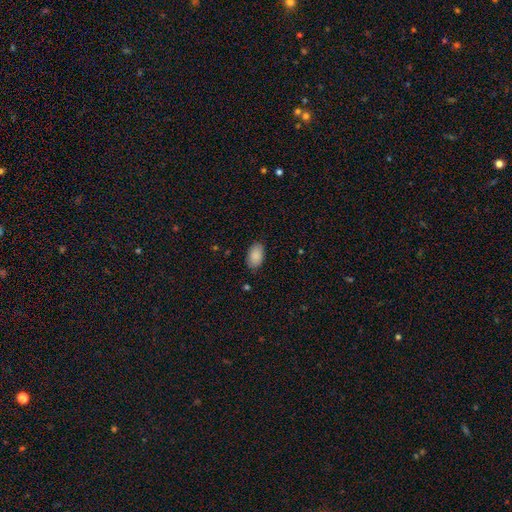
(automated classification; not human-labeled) This is clearly a smooth galaxy (89%). How rounded: clearly in between (93%). Merging: clearly none (85%).